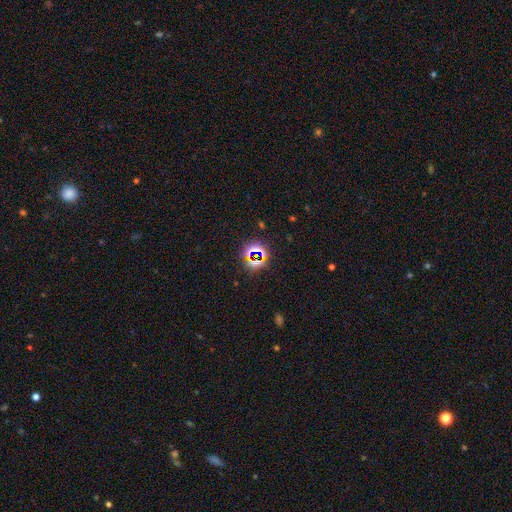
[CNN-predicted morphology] A star or artifact, not a galaxy (70%).